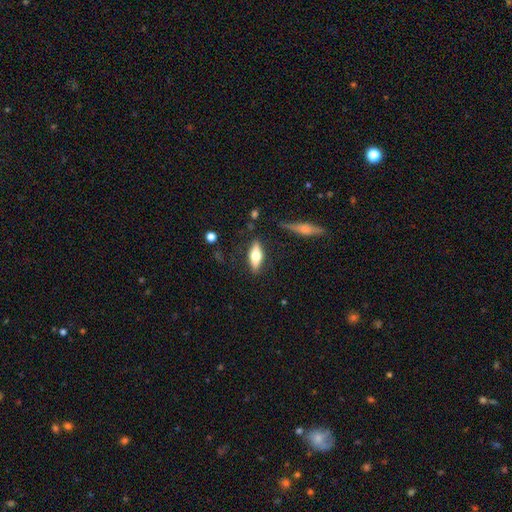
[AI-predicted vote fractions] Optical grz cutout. It shows a smooth galaxy with no disk features (53%) that is in between round and cigar-shaped (64%). Merging: none (82%).